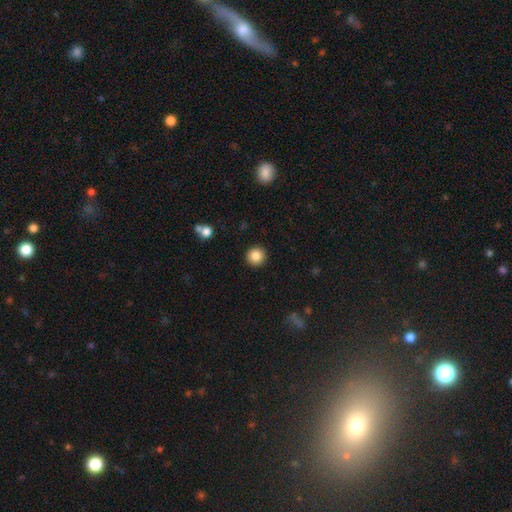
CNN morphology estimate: Overall: smooth (86%). How rounded: round (95%). Merging: none (92%).